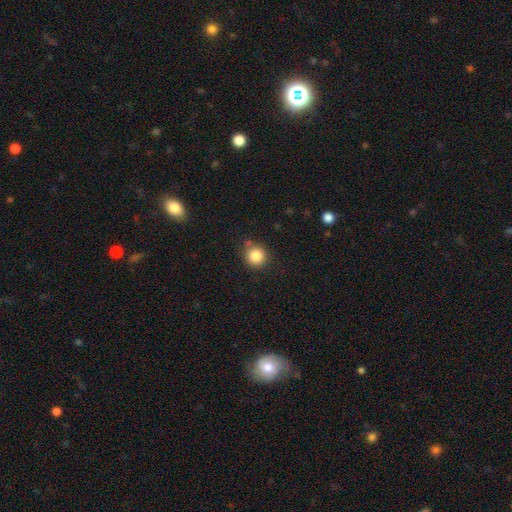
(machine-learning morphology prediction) Q: Smooth or featured?
A: smooth (85%); runner-up: star or artifact (10%)
Q: How rounded?
A: round (92%); runner-up: in between (7%)
Q: Merging?
A: none (78%); runner-up: minor disturbance (13%)